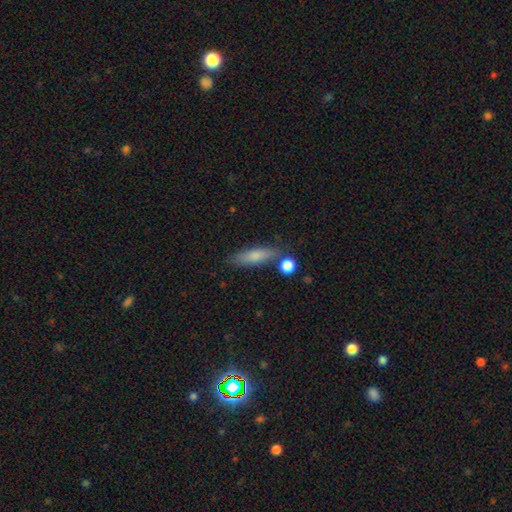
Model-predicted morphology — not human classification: Smooth or featured?
  - smooth: 76% *
  - featured or disk: 17%
  - star or artifact: 7%
How rounded?
  - cigar-shaped: 63% *
  - in between: 34%
  - round: 3%
Merging?
  - none: 75% *
  - minor disturbance: 14%
  - merger: 8%
  - major disturbance: 3%